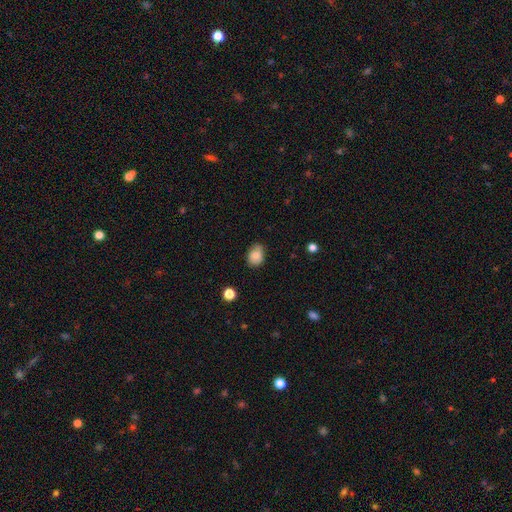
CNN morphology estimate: Q: Smooth or featured?
A: smooth (81%); runner-up: featured or disk (11%)
Q: How rounded?
A: in between (63%); runner-up: round (36%)
Q: Merging?
A: none (69%); runner-up: minor disturbance (25%)